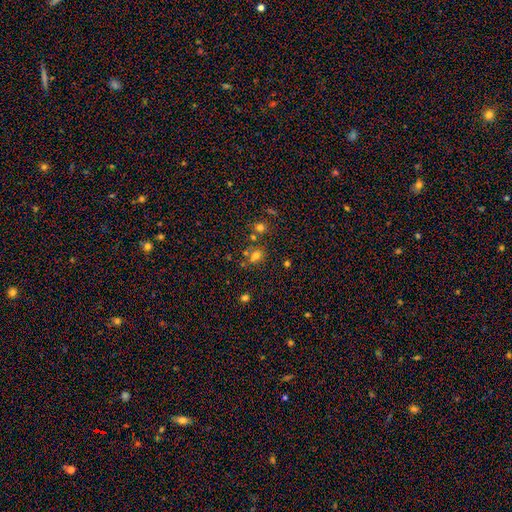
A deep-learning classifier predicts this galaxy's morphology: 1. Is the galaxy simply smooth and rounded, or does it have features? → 62% smooth, 27% star or artifact, 12% featured or disk.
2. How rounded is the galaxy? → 62% round, 37% in between, 1% cigar-shaped.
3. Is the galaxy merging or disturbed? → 58% none, 24% merger, 13% minor disturbance, 6% major disturbance.